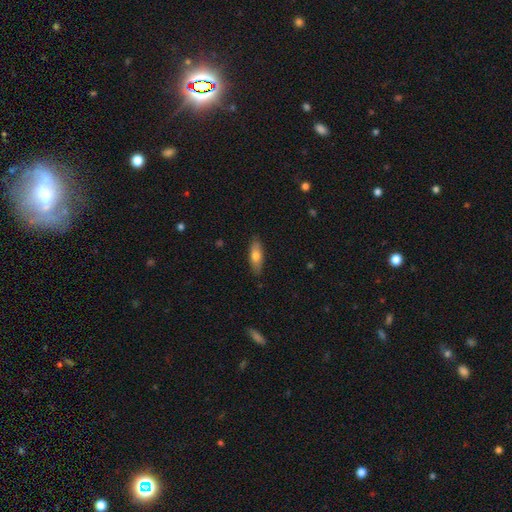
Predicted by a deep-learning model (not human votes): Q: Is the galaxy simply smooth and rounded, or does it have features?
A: smooth — 69%.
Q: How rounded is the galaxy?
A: in between — 58%.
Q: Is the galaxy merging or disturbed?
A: none — 87%.